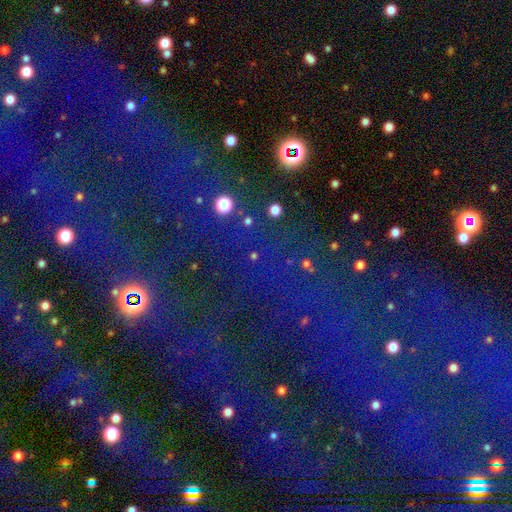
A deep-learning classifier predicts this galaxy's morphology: star or artifact 81%, smooth 11%, featured or disk 7%.